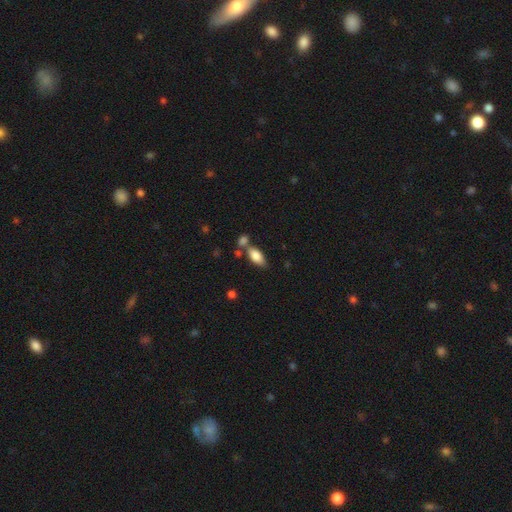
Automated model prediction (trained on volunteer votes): smooth 82%, featured or disk 11%, star or artifact 7%. Down the decision tree: how rounded — in between (88%); merging — none (55%).